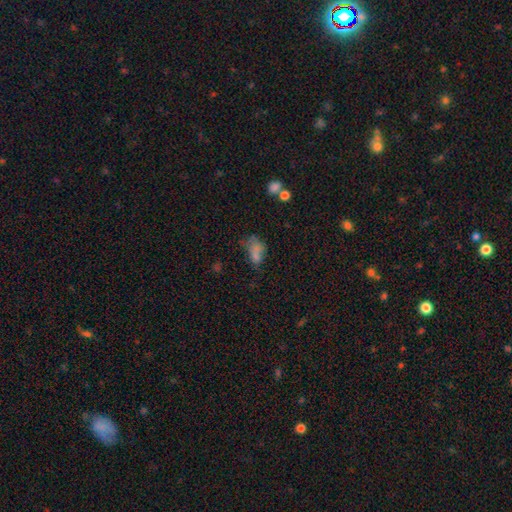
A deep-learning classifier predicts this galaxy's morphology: A smooth galaxy with no disk features (64%) that is in between round and cigar-shaped (83%). Merging: none (28%).